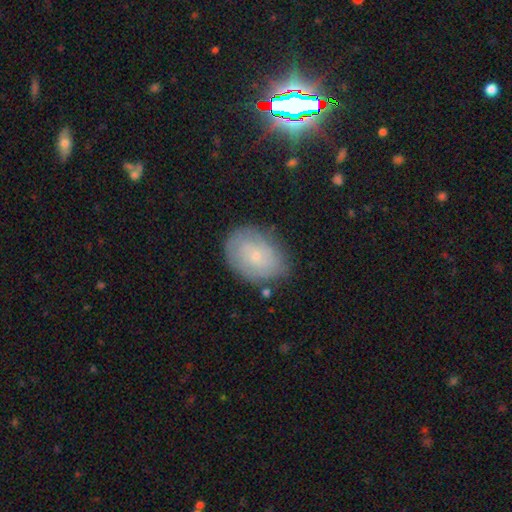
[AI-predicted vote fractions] smooth_or_featured: featured or disk (p=0.46) [alt: smooth p=0.43]
merging: none (p=0.75) [alt: minor disturbance p=0.19]